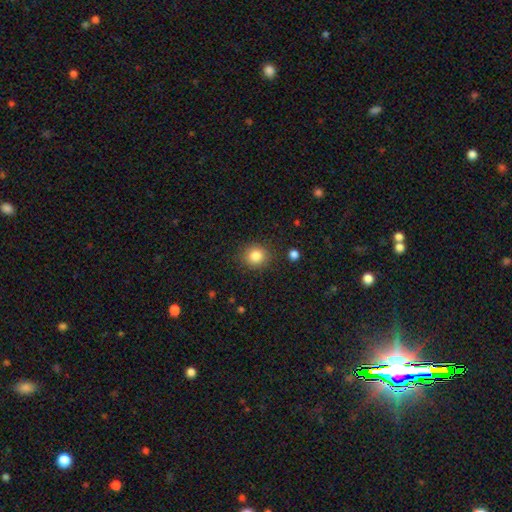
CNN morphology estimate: The model was most divided on "how rounded": round: 86%, in between: 13%, cigar-shaped: 1%. More confident: merging — none (88%); smooth or featured — smooth (84%).